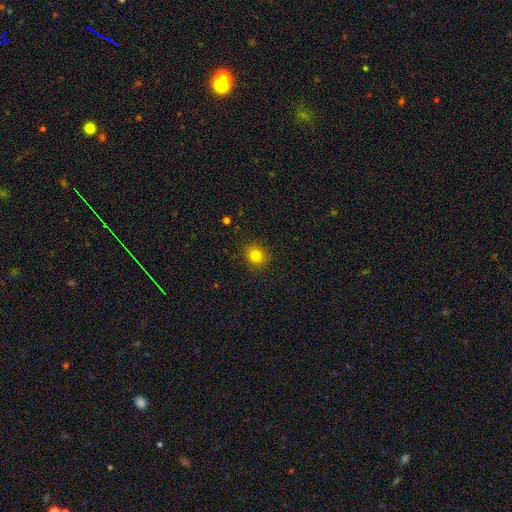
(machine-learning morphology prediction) A smooth galaxy with no disk features (80%) that is round (86%).

Vote fractions:
- Smooth or featured? smooth: 80% / star or artifact: 13% / featured or disk: 6%
- How rounded? round: 86% / in between: 13% / cigar-shaped: 1%
- Merging? none: 89% / minor disturbance: 7% / major disturbance: 2% / merger: 1%